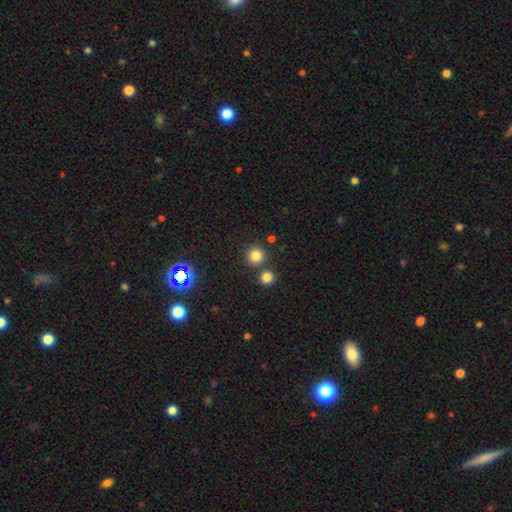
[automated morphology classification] type=smooth (79%); roundness=round (93%); merging=none (77%).